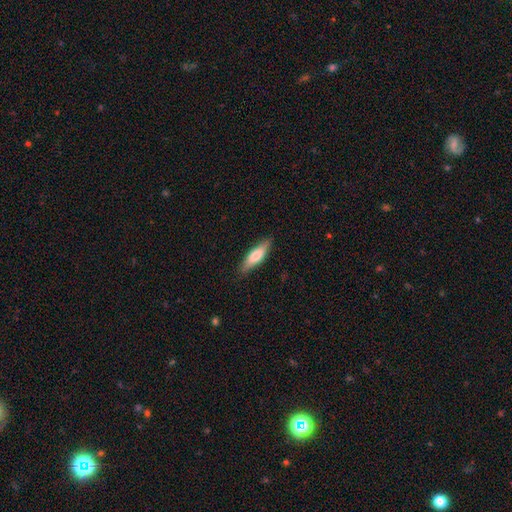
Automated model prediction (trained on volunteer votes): Overall: smooth (71%). How rounded: cigar-shaped (61%; in between 37%). Merging: none (85%).